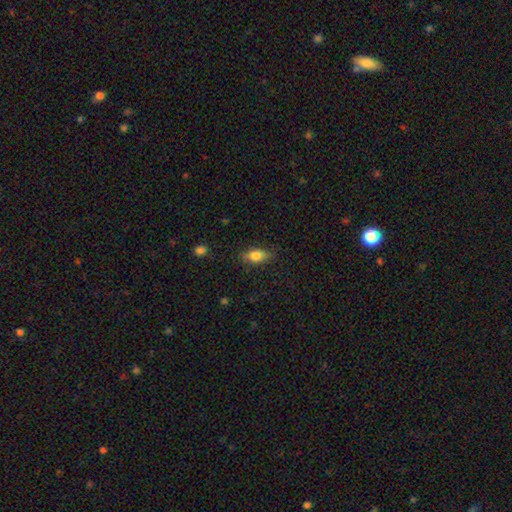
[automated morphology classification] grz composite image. It shows a smooth galaxy with no disk features (75%) that is in between round and cigar-shaped (80%). Merging: none (80%).